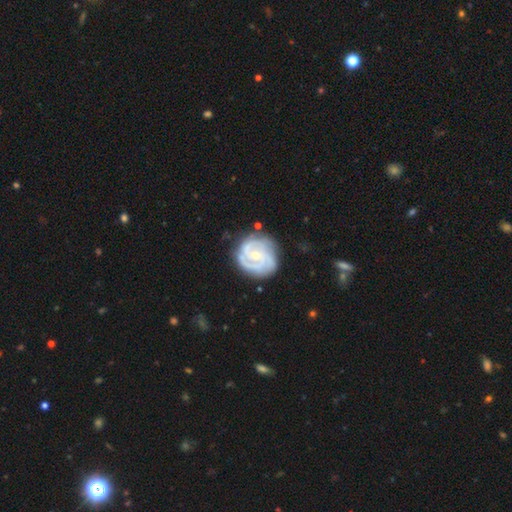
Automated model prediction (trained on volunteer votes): Smooth or featured?
  - featured or disk: 86% *
  - smooth: 9%
  - star or artifact: 5%
Edge-on disk?
  - no: 98% *
  - yes: 2%
Bar?
  - no: 67% *
  - weak: 27%
  - strong: 6%
Spiral arms?
  - yes: 96% *
  - no: 4%
Spiral winding?
  - tight: 63% *
  - medium: 31%
  - loose: 6%
Spiral arm count?
  - 3: 41% *
  - 2: 28%
  - can't tell: 16%
  - 4: 7%
  - 1: 4%
  - more than 4: 4%
Bulge size?
  - small: 59% *
  - moderate: 38%
  - none: 1%
  - large: 1%
  - dominant: 1%
Merging?
  - none: 73% *
  - minor disturbance: 19%
  - major disturbance: 6%
  - merger: 2%